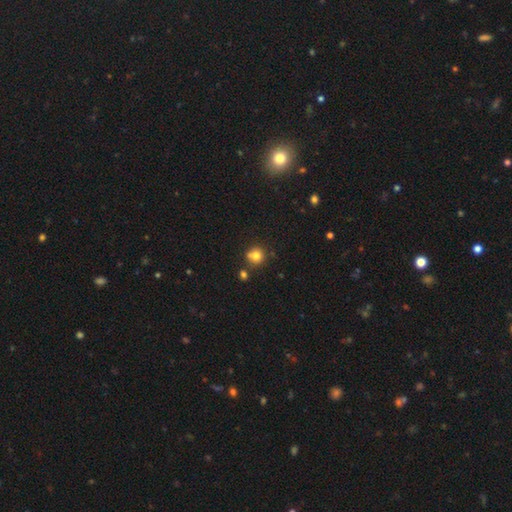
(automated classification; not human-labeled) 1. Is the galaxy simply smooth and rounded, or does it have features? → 79% smooth, 13% star or artifact, 8% featured or disk.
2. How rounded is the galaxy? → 89% round, 10% in between, 1% cigar-shaped.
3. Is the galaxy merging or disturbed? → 69% none, 15% merger, 13% minor disturbance, 3% major disturbance.